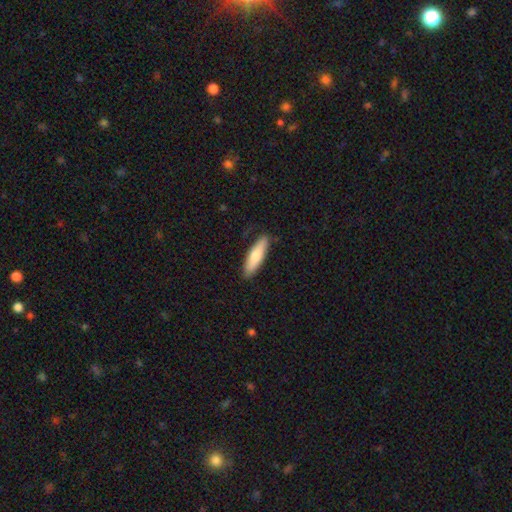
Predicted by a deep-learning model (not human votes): This is likely a smooth galaxy (72%). How rounded: likely cigar-shaped (62%). Merging: clearly none (85%).